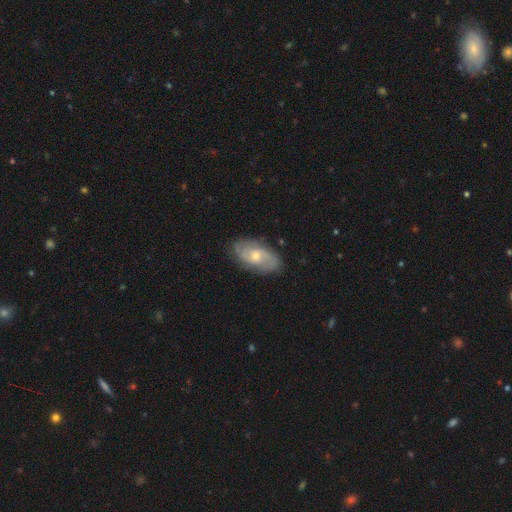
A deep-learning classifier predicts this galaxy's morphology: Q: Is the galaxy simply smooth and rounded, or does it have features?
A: featured or disk — 71%.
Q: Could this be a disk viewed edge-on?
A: no — 94%.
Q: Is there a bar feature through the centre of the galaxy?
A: no — 56%.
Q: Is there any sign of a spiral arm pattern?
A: yes — 90%.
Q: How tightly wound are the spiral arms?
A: medium — 46%.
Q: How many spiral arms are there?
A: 2 — 71%.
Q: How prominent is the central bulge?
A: moderate — 51%.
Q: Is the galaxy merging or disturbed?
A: none — 80%.